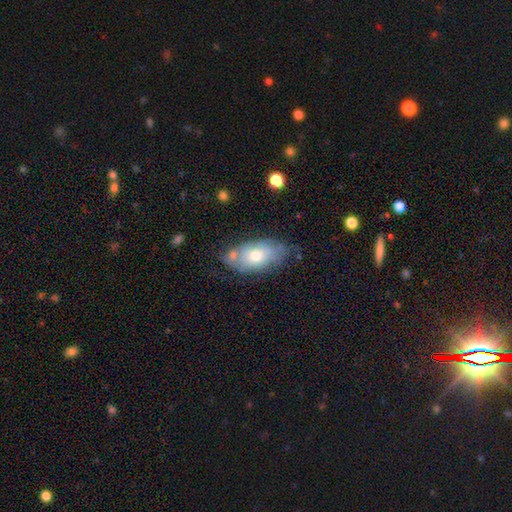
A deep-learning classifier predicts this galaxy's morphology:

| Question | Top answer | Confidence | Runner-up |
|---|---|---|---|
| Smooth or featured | smooth | 54% | featured or disk (37%) |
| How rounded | in between | 89% | cigar-shaped (6%) |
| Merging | none | 62% | minor disturbance (24%) |